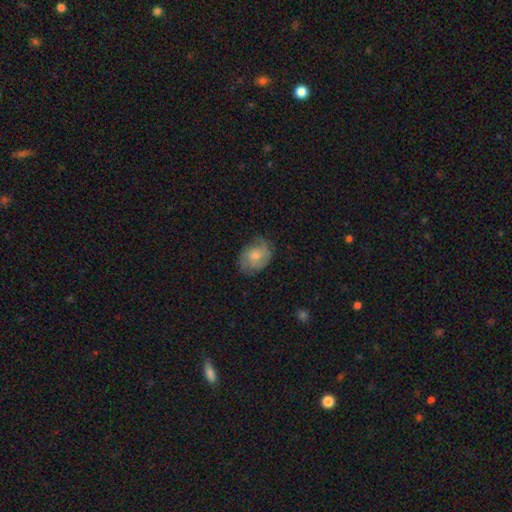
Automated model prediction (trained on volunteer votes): smooth-or-featured: featured or disk: 47% | smooth: 45% | star or artifact: 7%
  merging: none: 70% | minor disturbance: 22% | major disturbance: 7% | merger: 1%